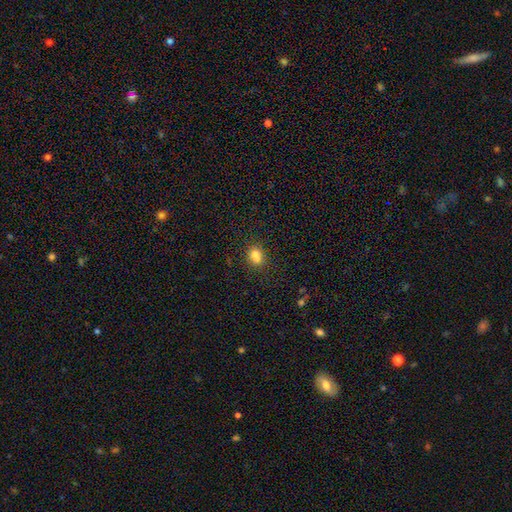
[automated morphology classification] Smooth or featured?
  - smooth: 78% *
  - star or artifact: 14%
  - featured or disk: 8%
How rounded?
  - in between: 59% *
  - round: 38%
  - cigar-shaped: 2%
Merging?
  - none: 61% *
  - merger: 20%
  - minor disturbance: 14%
  - major disturbance: 4%